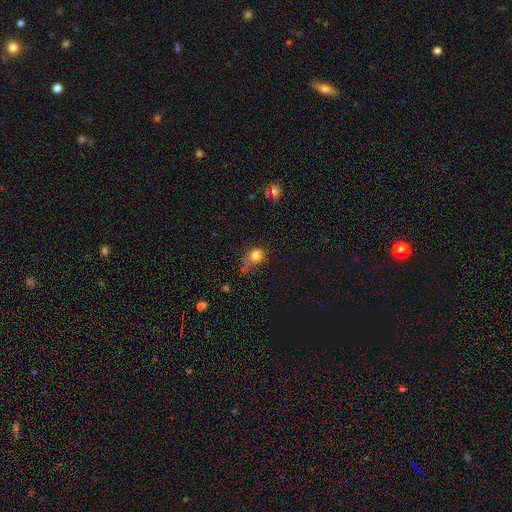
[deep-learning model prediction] This appears to be a smooth galaxy with no disk features (77%) that is round (66%). Merging: major disturbance (31%, tied with minor disturbance).